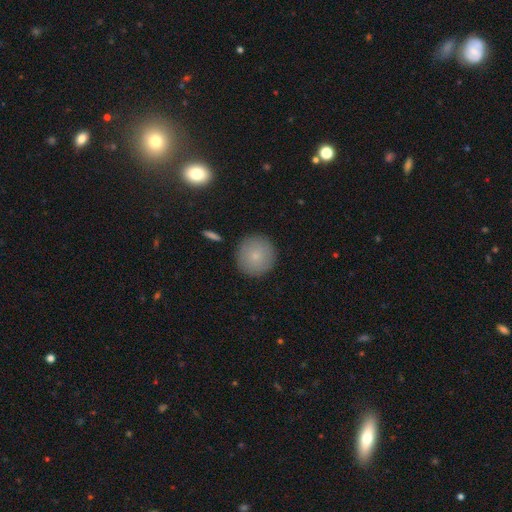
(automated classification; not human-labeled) smooth 81%, featured or disk 11%, star or artifact 8%. Down the decision tree: how rounded — round (94%); merging — none (89%).